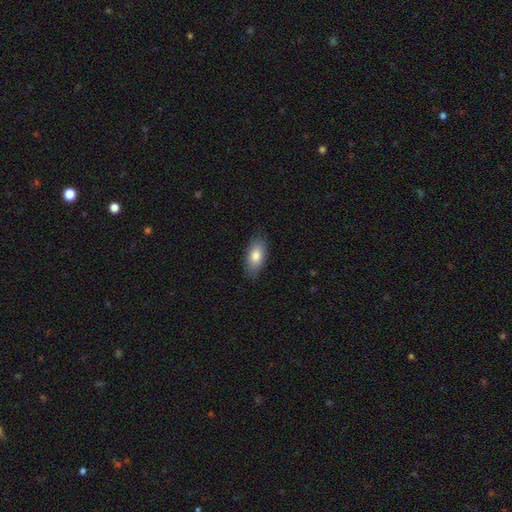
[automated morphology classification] smooth 80%, featured or disk 13%, star or artifact 7%. Down the decision tree: how rounded — in between (88%); merging — none (84%).